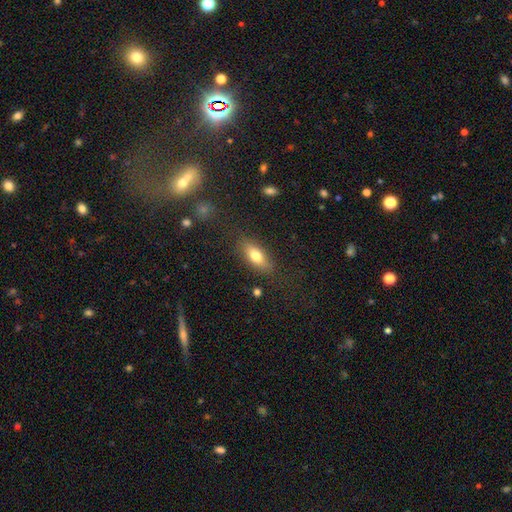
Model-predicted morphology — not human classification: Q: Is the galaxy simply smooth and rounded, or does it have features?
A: smooth — 75%.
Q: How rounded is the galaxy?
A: in between — 77%.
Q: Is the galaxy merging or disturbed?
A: none — 81%.